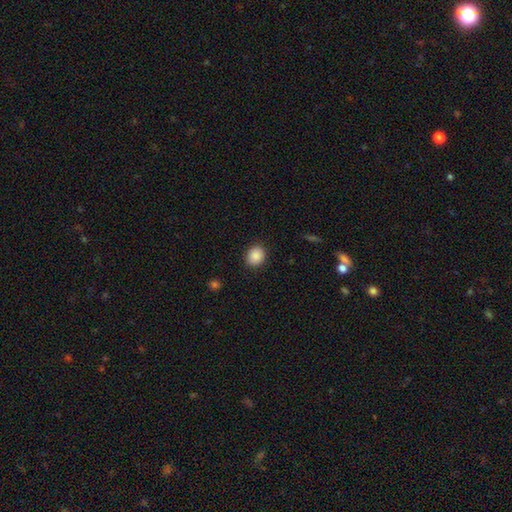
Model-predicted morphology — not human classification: smooth 88%, star or artifact 8%, featured or disk 3%. Down the decision tree: how rounded — round (65%); merging — none (88%).